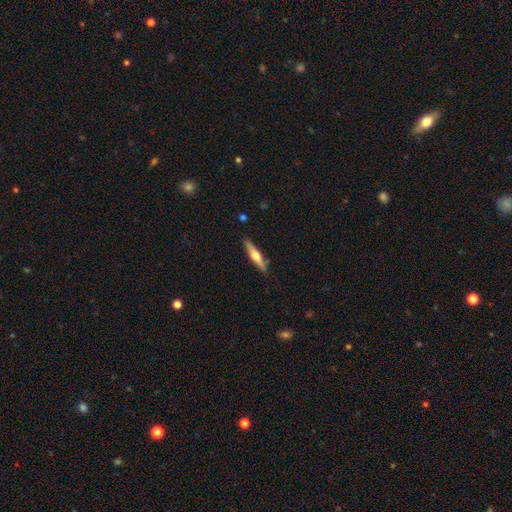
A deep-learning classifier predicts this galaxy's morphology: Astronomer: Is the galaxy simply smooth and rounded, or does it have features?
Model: featured or disk — 60%.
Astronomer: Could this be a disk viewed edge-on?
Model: yes — 97%.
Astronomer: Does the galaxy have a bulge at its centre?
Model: rounded — 91%.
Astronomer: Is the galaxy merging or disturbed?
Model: none — 87%.